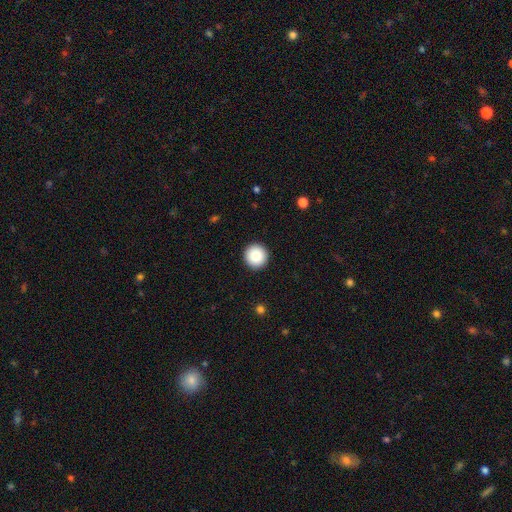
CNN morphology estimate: A smooth galaxy with no disk features (86%) that is round (96%). Merging: none (93%).